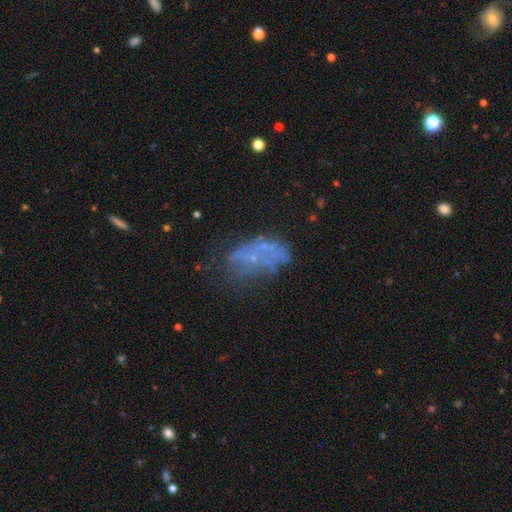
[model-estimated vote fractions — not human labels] Smooth or featured? Predicted: featured or disk (p=0.41). Merging? Predicted: none (p=0.42).